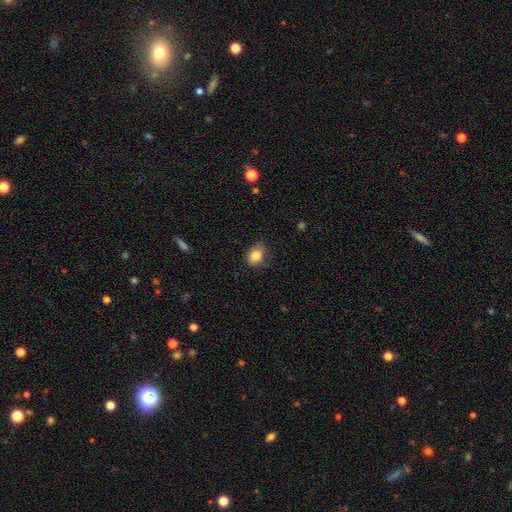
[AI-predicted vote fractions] smooth 83%, star or artifact 9%, featured or disk 7%. Down the decision tree: how rounded — in between (56%); merging — none (70%).